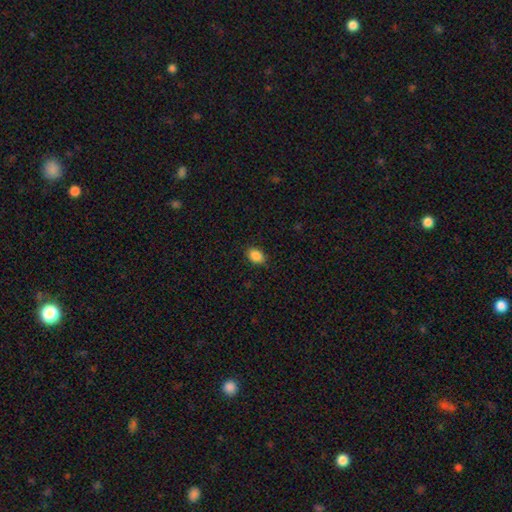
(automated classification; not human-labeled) Smooth or featured? Predicted: smooth (p=0.88). How rounded? Predicted: in between (p=0.74). Merging? Predicted: none (p=0.87).